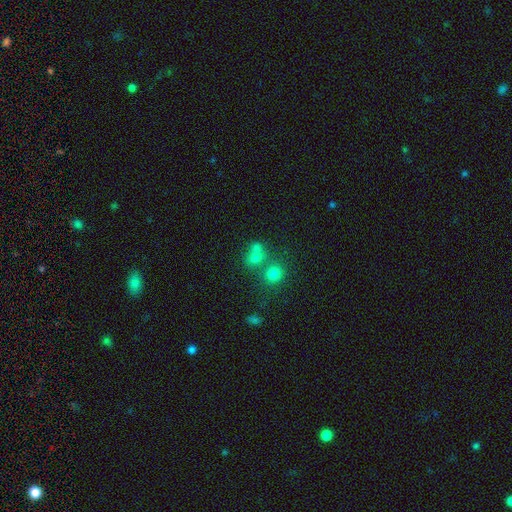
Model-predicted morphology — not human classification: smooth_or_featured: smooth (p=0.69) [alt: star or artifact p=0.19]
how_rounded: round (p=0.70) [alt: in between p=0.29]
merging: merger (p=0.48) [alt: none p=0.39]